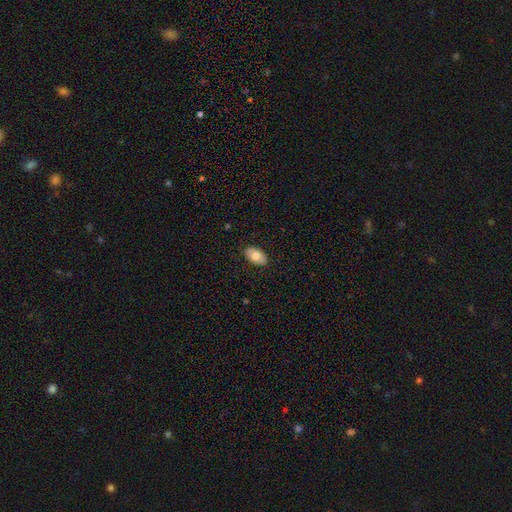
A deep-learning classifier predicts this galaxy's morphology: Overall: smooth (69%). How rounded: in between (93%). Merging: none (86%).